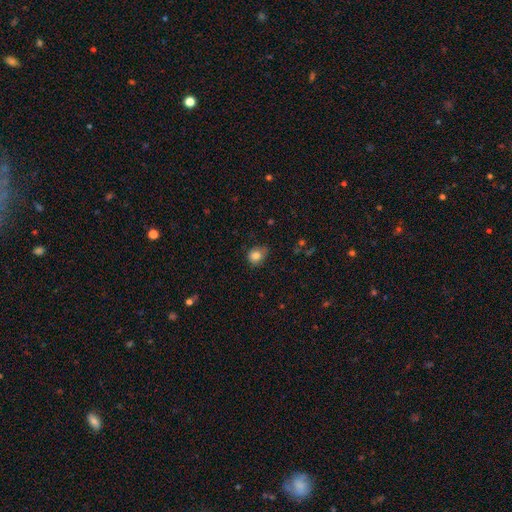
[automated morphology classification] smooth_or_featured: smooth (p=0.82) [alt: star or artifact p=0.10]
how_rounded: round (p=0.64) [alt: in between p=0.35]
merging: none (p=0.64) [alt: minor disturbance p=0.28]